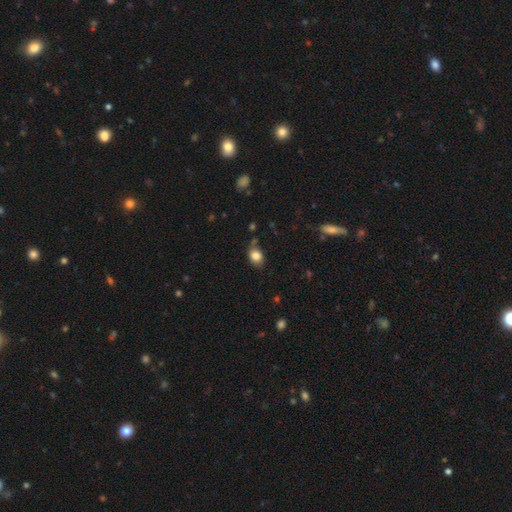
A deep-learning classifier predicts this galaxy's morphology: smooth 84%, star or artifact 10%, featured or disk 7%. Down the decision tree: how rounded — in between (59%); merging — none (70%).